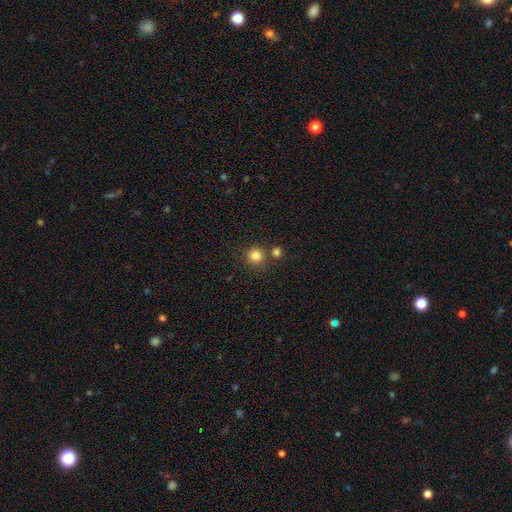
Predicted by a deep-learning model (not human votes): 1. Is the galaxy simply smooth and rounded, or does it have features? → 83% smooth, 12% star or artifact, 5% featured or disk.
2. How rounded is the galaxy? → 92% round, 7% in between, 1% cigar-shaped.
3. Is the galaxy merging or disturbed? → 74% none, 14% merger, 8% minor disturbance, 3% major disturbance.